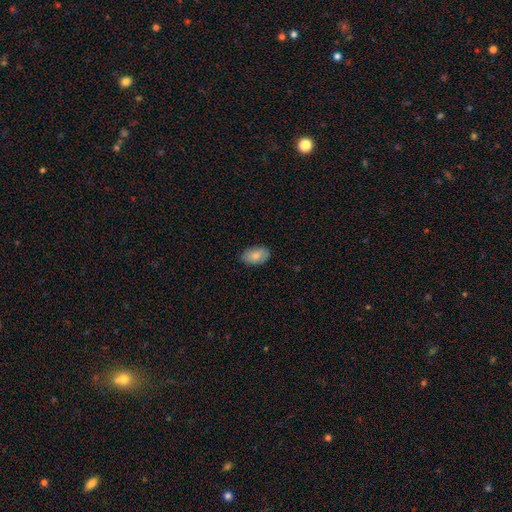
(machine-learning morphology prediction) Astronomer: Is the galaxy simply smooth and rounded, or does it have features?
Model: smooth — 84%.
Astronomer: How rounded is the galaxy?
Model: in between — 93%.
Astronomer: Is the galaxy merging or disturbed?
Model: none — 84%.